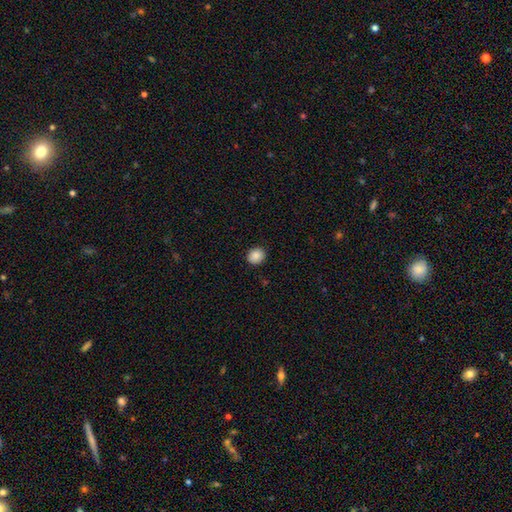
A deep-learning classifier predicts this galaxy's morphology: A smooth galaxy with no disk features (88%) that is round (73%).

Vote fractions:
- Smooth or featured? smooth: 88% / star or artifact: 9% / featured or disk: 3%
- How rounded? round: 73% / in between: 26% / cigar-shaped: 1%
- Merging? none: 90% / minor disturbance: 7% / major disturbance: 2% / merger: 1%